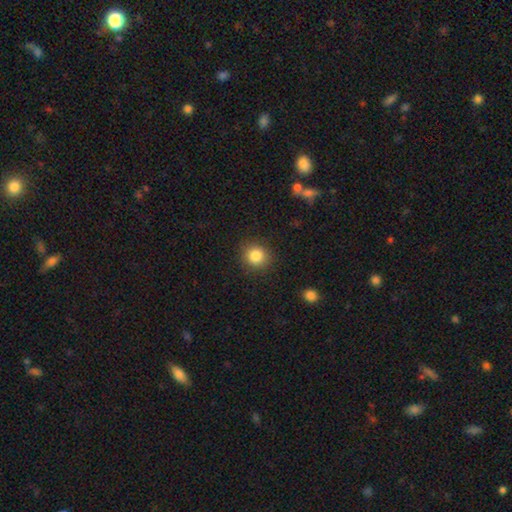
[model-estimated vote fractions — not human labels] A smooth galaxy with no disk features (85%) that is round (89%).

Vote fractions:
- Smooth or featured? smooth: 85% / star or artifact: 10% / featured or disk: 5%
- How rounded? round: 89% / in between: 10% / cigar-shaped: 1%
- Merging? none: 89% / minor disturbance: 7% / major disturbance: 3% / merger: 1%